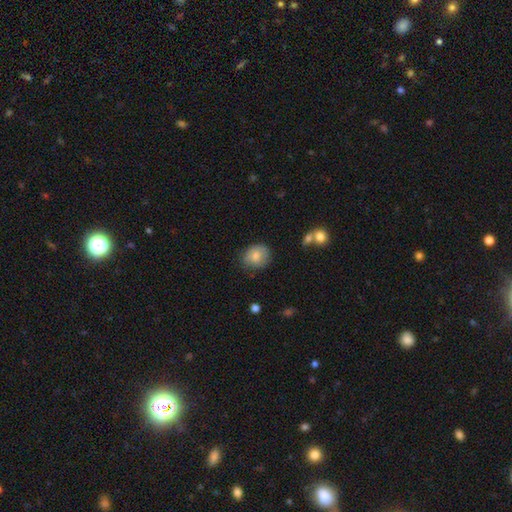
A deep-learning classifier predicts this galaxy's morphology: Smooth or featured? Predicted: smooth (p=0.79). How rounded? Predicted: round (p=0.72). Merging? Predicted: none (p=0.73).